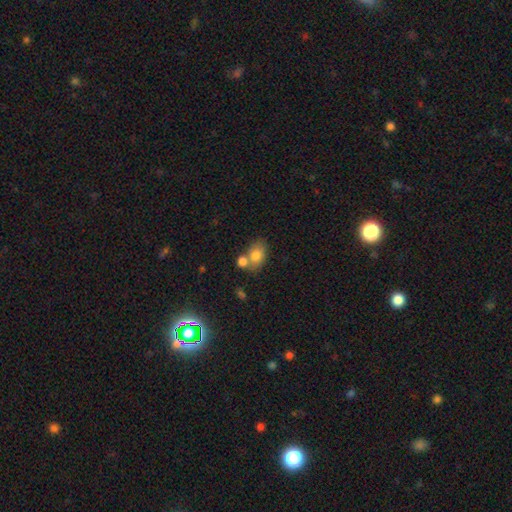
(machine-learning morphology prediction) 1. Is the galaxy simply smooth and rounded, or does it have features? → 79% smooth, 12% featured or disk, 9% star or artifact.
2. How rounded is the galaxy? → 71% in between, 28% round, 1% cigar-shaped.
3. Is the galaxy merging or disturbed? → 48% none, 34% merger, 13% minor disturbance, 4% major disturbance.